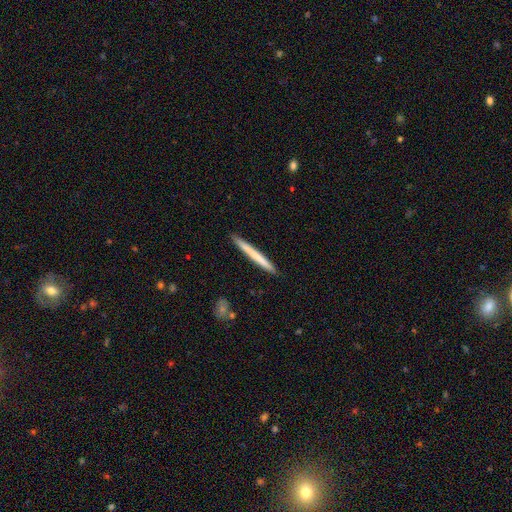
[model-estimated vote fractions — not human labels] The model was most divided on "smooth or featured": smooth: 63%, featured or disk: 31%, star or artifact: 5%. More confident: how rounded — cigar-shaped (97%); merging — none (92%).